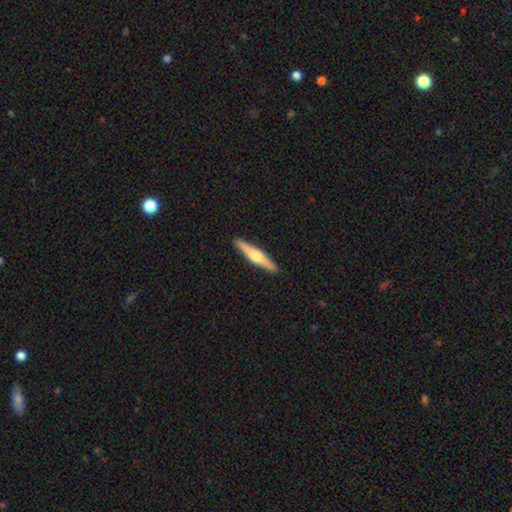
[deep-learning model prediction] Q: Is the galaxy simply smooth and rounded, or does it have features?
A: featured or disk — 65%.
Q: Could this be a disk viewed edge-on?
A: yes — 98%.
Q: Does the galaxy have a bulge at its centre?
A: rounded — 92%.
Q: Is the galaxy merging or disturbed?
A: none — 92%.